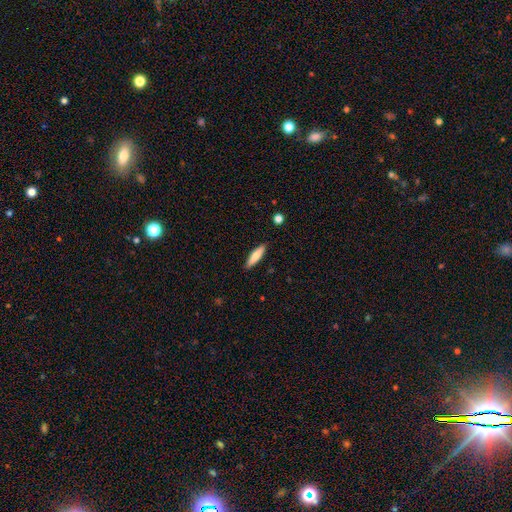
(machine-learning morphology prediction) The model was most divided on "how rounded": cigar-shaped: 75%, in between: 24%, round: 1%. More confident: merging — none (89%); smooth or featured — smooth (75%).